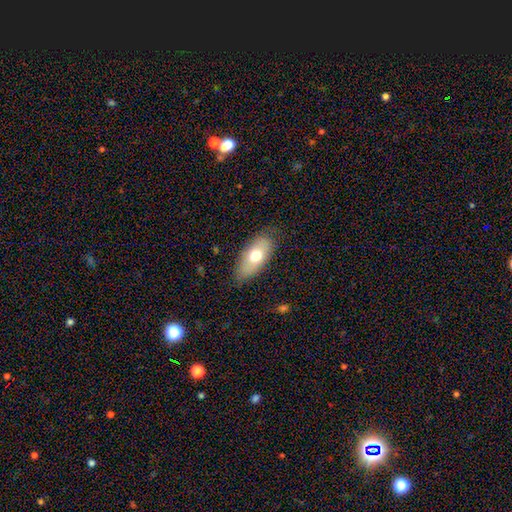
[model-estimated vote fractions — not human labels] Smooth or featured? Predicted: smooth (p=0.67). How rounded? Predicted: in between (p=0.86). Merging? Predicted: none (p=0.79).